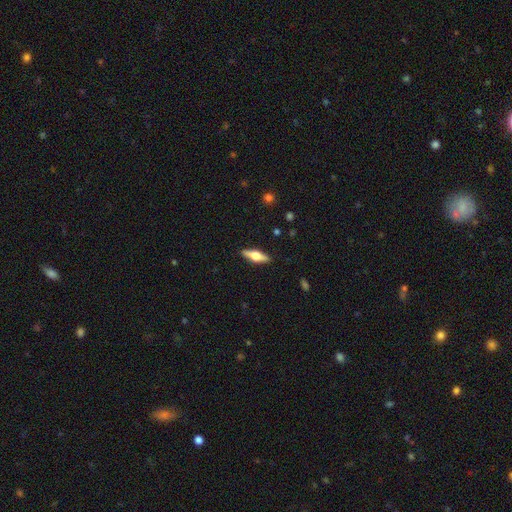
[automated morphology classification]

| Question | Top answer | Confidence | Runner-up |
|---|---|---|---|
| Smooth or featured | featured or disk | 57% | smooth (37%) |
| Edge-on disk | yes | 95% | no (5%) |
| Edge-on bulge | rounded | 93% | boxy (5%) |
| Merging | none | 89% | minor disturbance (8%) |